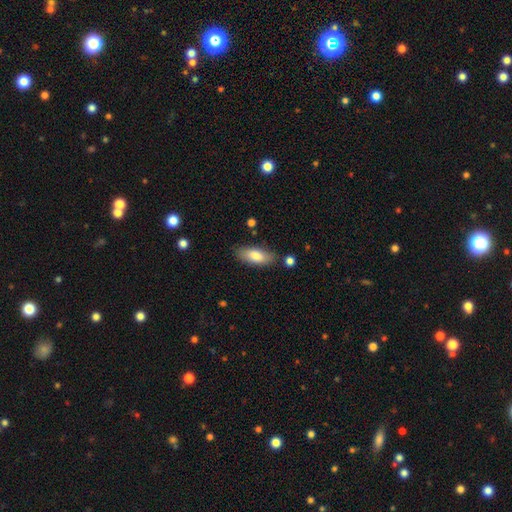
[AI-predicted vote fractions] This appears to be a smooth galaxy with no disk features (81%) that is in between round and cigar-shaped (79%). Merging: none (79%).